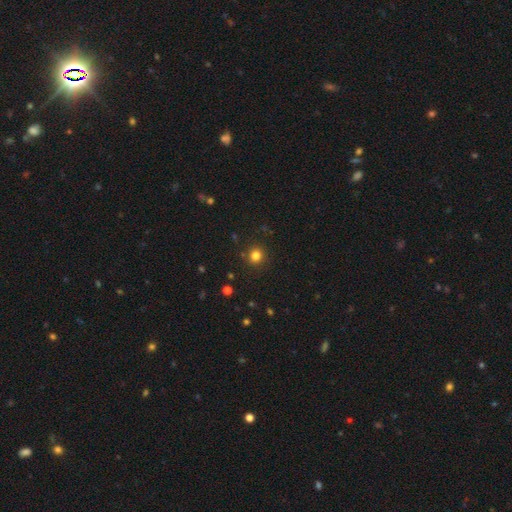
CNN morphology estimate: Smooth or featured? smooth (81%)
How rounded? round (89%)
Merging? none (90%)